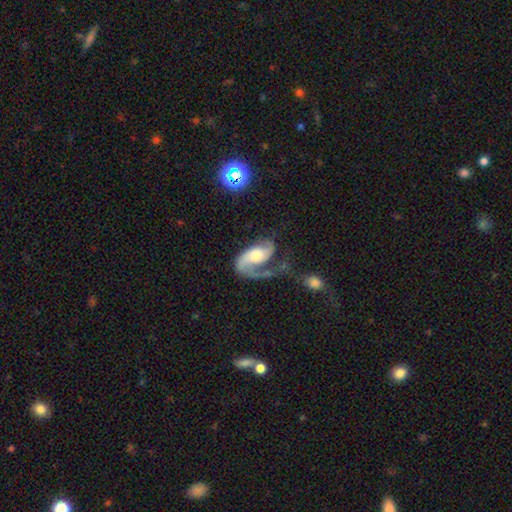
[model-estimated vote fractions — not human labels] smooth_or_featured: featured or disk (p=0.84) [alt: smooth p=0.11]
disk_edge_on: no (p=0.97) [alt: yes p=0.03]
bar: no (p=0.57) [alt: weak p=0.32]
has_spiral_arms: yes (p=0.95) [alt: no p=0.05]
spiral_winding: medium (p=0.42) [alt: loose p=0.41]
spiral_arm_count: 2 (p=0.54) [alt: 1 p=0.40]
bulge_size: moderate (p=0.46) [alt: small p=0.22]
merging: major disturbance (p=0.38) [alt: none p=0.33]